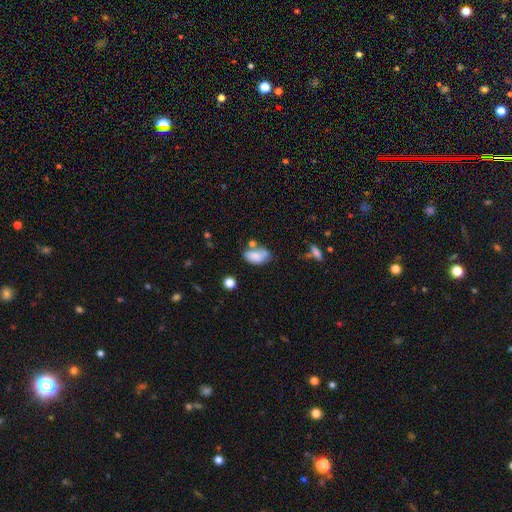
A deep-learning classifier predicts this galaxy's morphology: A smooth galaxy with no disk features (73%) that is in between round and cigar-shaped (92%). Merging: none (44%).